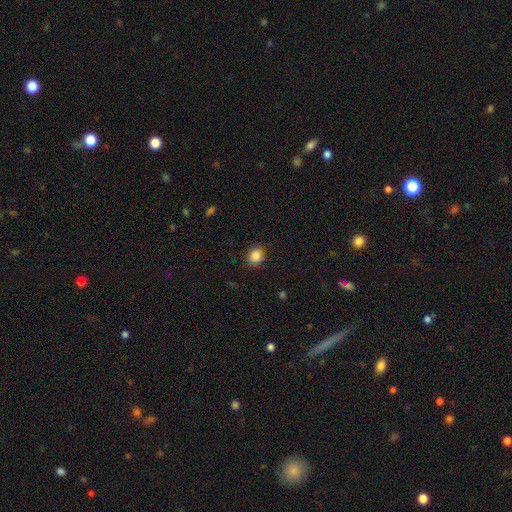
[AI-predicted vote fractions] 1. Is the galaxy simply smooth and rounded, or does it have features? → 85% smooth, 10% star or artifact, 5% featured or disk.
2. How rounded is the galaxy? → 65% round, 34% in between, 1% cigar-shaped.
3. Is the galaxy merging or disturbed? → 73% none, 21% minor disturbance, 4% major disturbance, 1% merger.